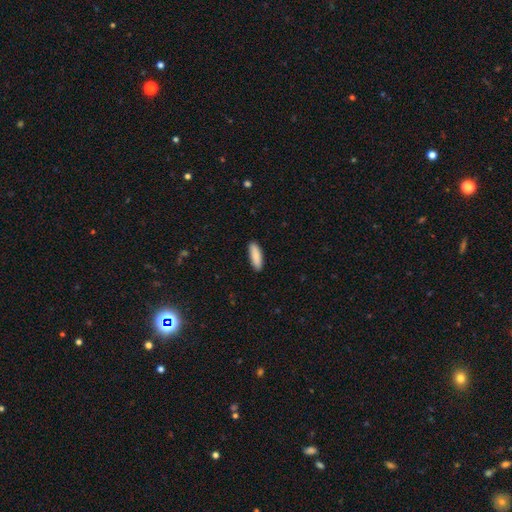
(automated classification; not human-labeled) A smooth galaxy with no disk features (88%) that is cigar-shaped (53%). Merging: none (90%).